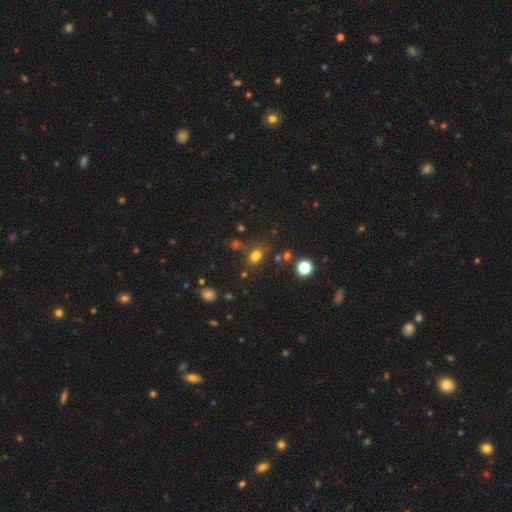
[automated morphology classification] Overall: smooth (75%). How rounded: in between (53%; round 46%). Merging: none (74%).